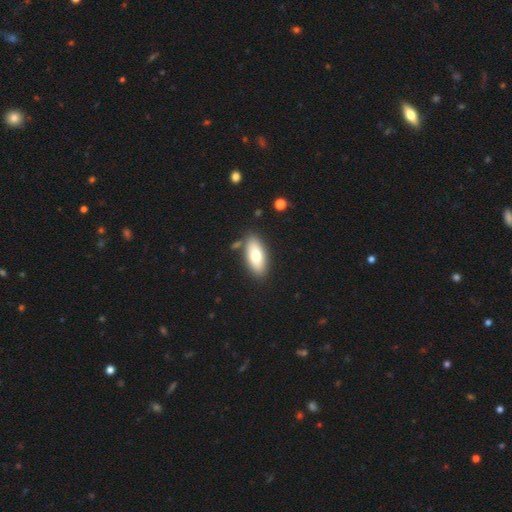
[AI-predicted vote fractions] smooth-or-featured: smooth: 72% | featured or disk: 21% | star or artifact: 6%
  how-rounded: in between: 87% | cigar-shaped: 11% | round: 3%
  merging: none: 83% | minor disturbance: 10% | merger: 5% | major disturbance: 3%